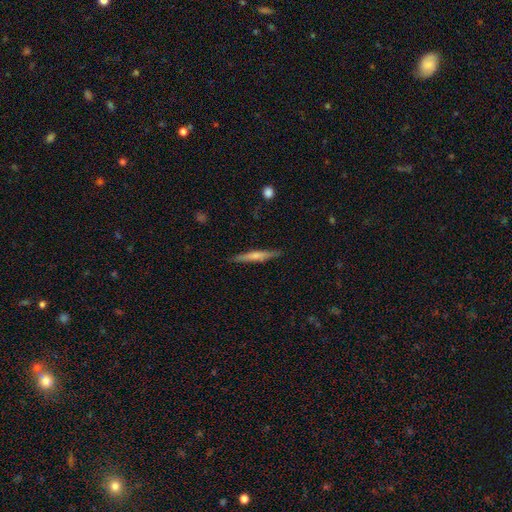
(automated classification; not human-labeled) This appears to be a smooth galaxy with no disk features (53%) that is cigar-shaped (94%). Merging: none (88%).